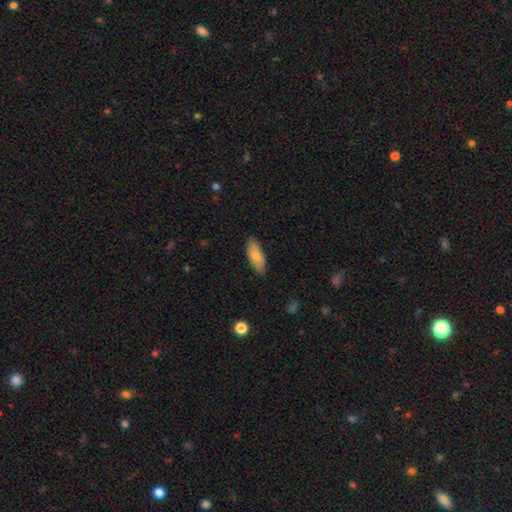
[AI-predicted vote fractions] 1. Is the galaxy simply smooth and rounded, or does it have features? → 76% smooth, 18% featured or disk, 6% star or artifact.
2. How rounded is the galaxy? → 76% in between, 22% cigar-shaped, 2% round.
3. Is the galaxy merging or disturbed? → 81% none, 16% minor disturbance, 2% major disturbance, 1% merger.